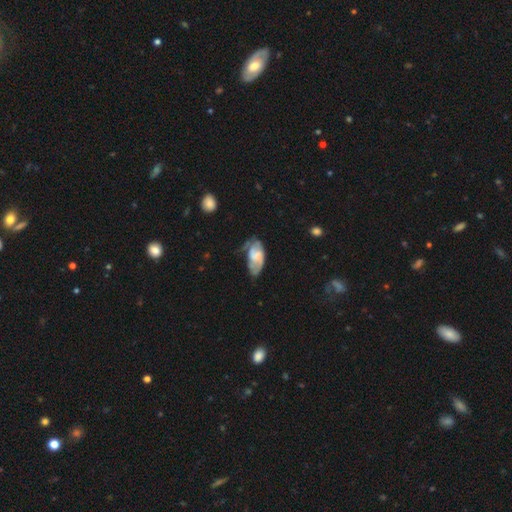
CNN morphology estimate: A featured or disk galaxy (48%).

Vote fractions:
- Smooth or featured? featured or disk: 48% / smooth: 45% / star or artifact: 8%
- Merging? none: 37% / minor disturbance: 35% / major disturbance: 24% / merger: 5%